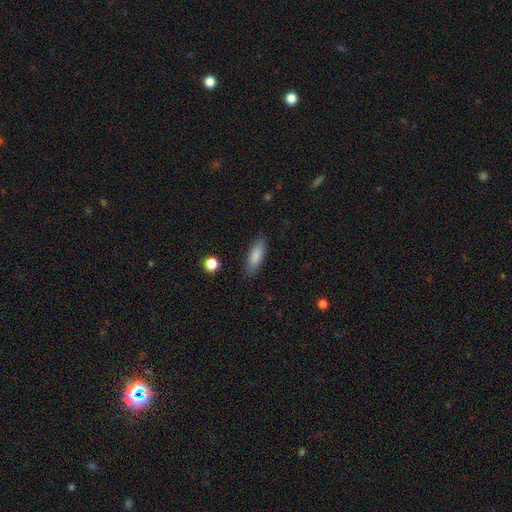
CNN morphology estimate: smooth 85%, featured or disk 8%, star or artifact 7%. Down the decision tree: how rounded — in between (60%); merging — none (84%).